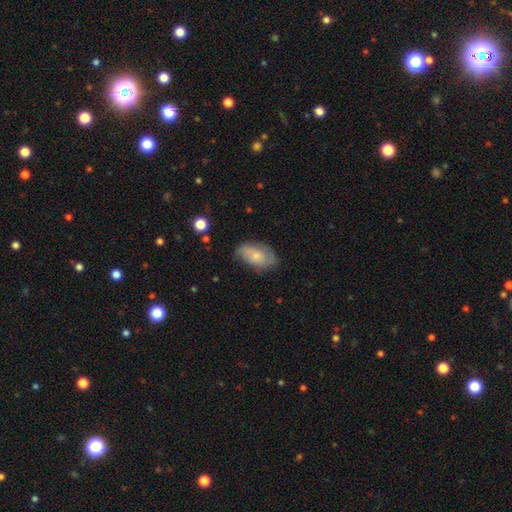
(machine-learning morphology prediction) smooth-or-featured: smooth: 58% | featured or disk: 36% | star or artifact: 7%
  how-rounded: in between: 92% | round: 6% | cigar-shaped: 2%
  merging: none: 63% | minor disturbance: 28% | major disturbance: 8% | merger: 2%